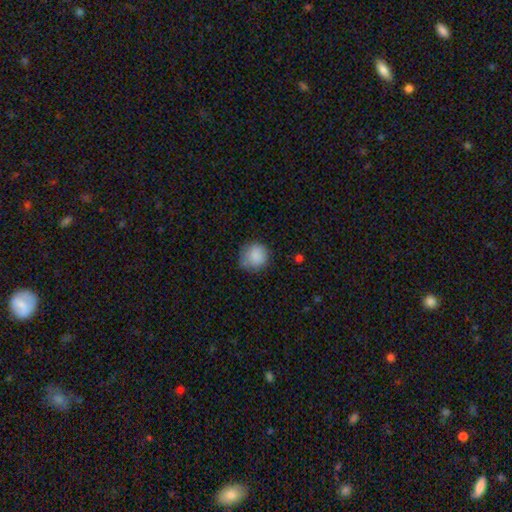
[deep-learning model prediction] smooth_or_featured: smooth (p=0.86) [alt: star or artifact p=0.08]
how_rounded: round (p=0.90) [alt: in between p=0.09]
merging: none (p=0.73) [alt: minor disturbance p=0.20]